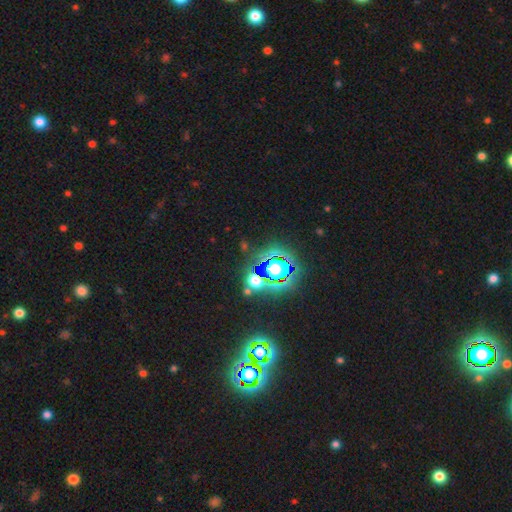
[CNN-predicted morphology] Smooth or featured? star or artifact (81%)